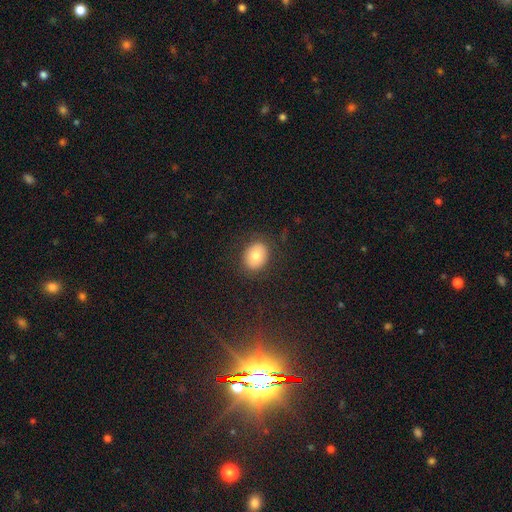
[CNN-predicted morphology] Smooth or featured: smooth — 78% (featured or disk — 13%)
How rounded: in between — 53% (round — 47%)
Merging: none — 86% (minor disturbance — 10%)